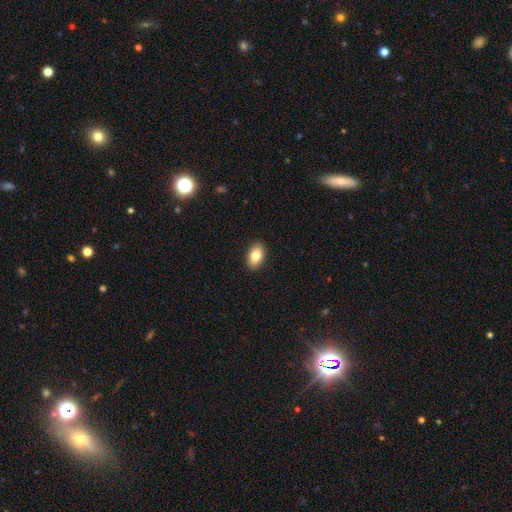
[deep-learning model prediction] smooth-or-featured: smooth: 83% | featured or disk: 10% | star or artifact: 7%
  how-rounded: in between: 90% | round: 8% | cigar-shaped: 2%
  merging: none: 90% | minor disturbance: 7% | major disturbance: 2% | merger: 1%